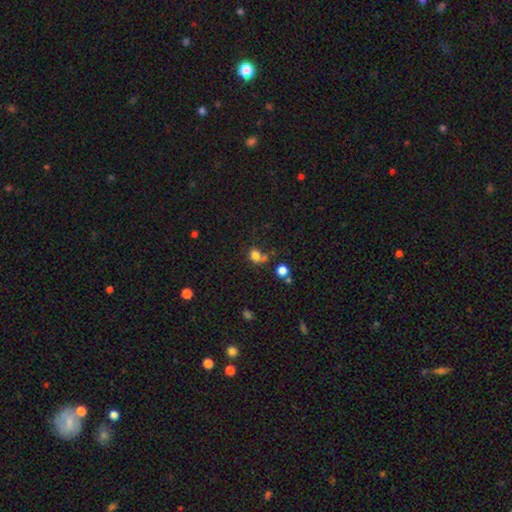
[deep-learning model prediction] smooth_or_featured: smooth (p=0.76) [alt: star or artifact p=0.14]
how_rounded: round (p=0.54) [alt: in between p=0.45]
merging: none (p=0.41) [alt: merger p=0.25]